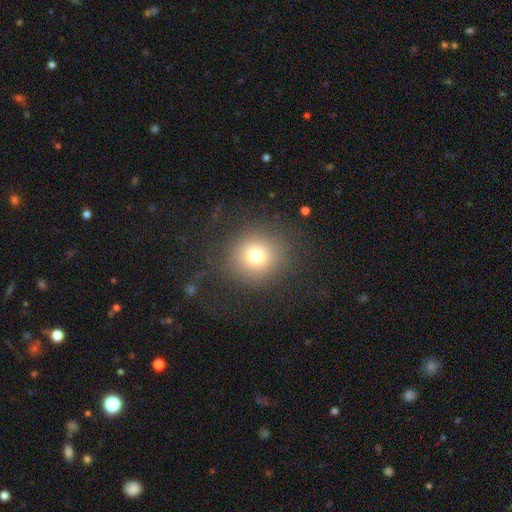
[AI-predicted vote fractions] The model was most divided on "smooth or featured": smooth: 74%, star or artifact: 15%, featured or disk: 10%. More confident: how rounded — round (88%); merging — none (83%).